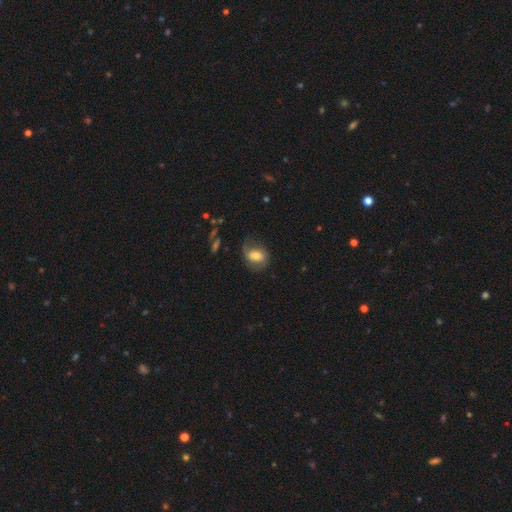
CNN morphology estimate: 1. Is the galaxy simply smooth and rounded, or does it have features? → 46% smooth, 45% featured or disk, 9% star or artifact.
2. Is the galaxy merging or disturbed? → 58% none, 24% minor disturbance, 16% major disturbance, 2% merger.